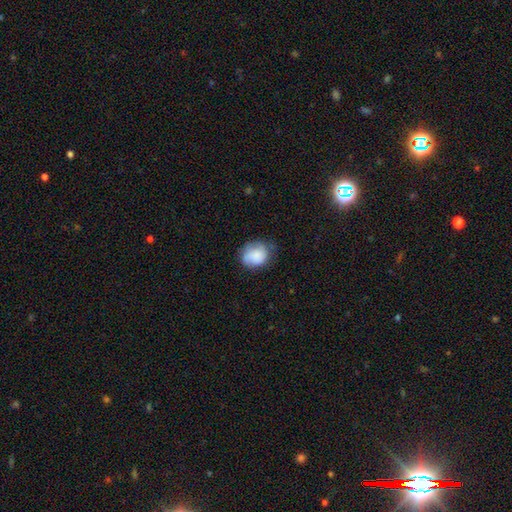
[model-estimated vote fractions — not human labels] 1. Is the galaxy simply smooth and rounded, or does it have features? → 75% smooth, 17% featured or disk, 8% star or artifact.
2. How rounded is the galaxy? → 55% round, 45% in between, 1% cigar-shaped.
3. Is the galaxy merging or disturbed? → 57% none, 31% minor disturbance, 11% major disturbance, 2% merger.